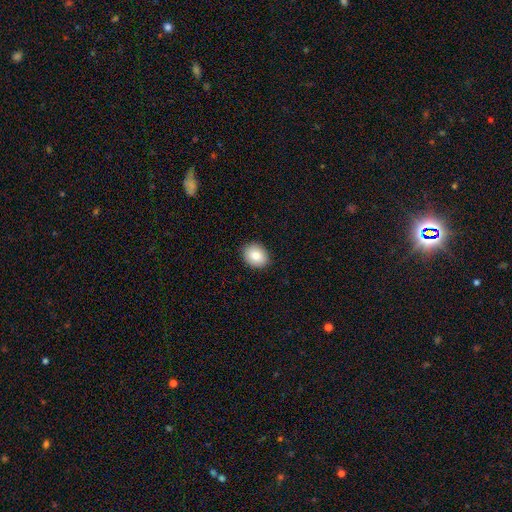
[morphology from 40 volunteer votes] smooth_or_featured: smooth (p=0.82) [alt: featured or disk p=0.10]
how_rounded: round (p=0.64) [alt: in between p=0.36]
merging: none (p=0.86) [alt: minor disturbance p=0.11]